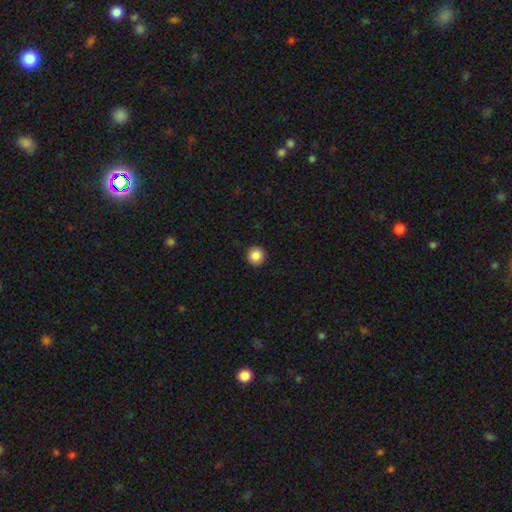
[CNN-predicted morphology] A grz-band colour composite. It shows a smooth galaxy with no disk features (87%) that is round (96%). Merging: none (93%).